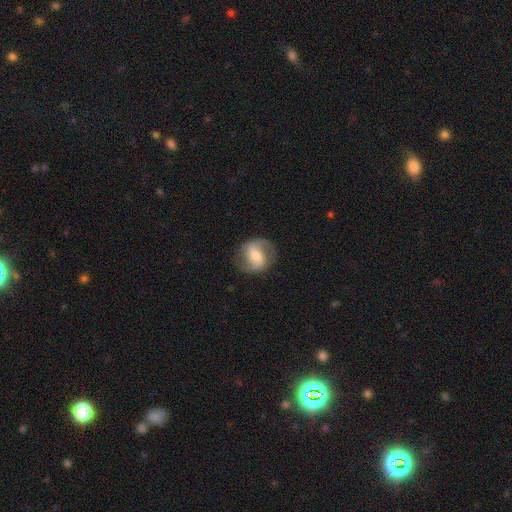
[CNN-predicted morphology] smooth_or_featured: featured or disk (p=0.72) [alt: smooth p=0.21]
disk_edge_on: no (p=0.97) [alt: yes p=0.03]
bar: weak (p=0.43) [alt: no p=0.30]
has_spiral_arms: yes (p=0.90) [alt: no p=0.10]
spiral_winding: medium (p=0.46) [alt: loose p=0.35]
spiral_arm_count: 2 (p=0.89) [alt: can't tell p=0.04]
bulge_size: moderate (p=0.56) [alt: small p=0.35]
merging: none (p=0.81) [alt: minor disturbance p=0.13]